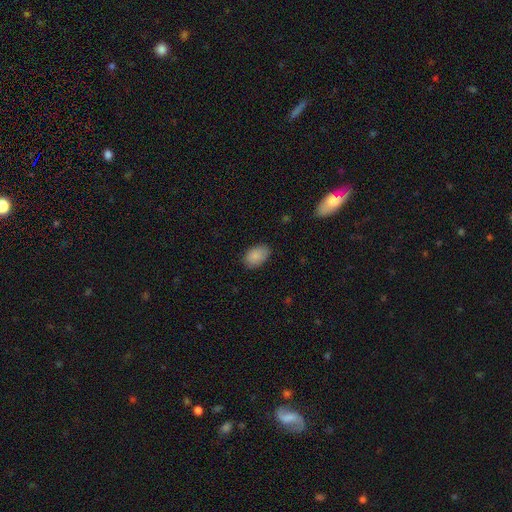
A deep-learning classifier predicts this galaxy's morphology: type=smooth (88%); roundness=in between (88%); merging=none (81%).